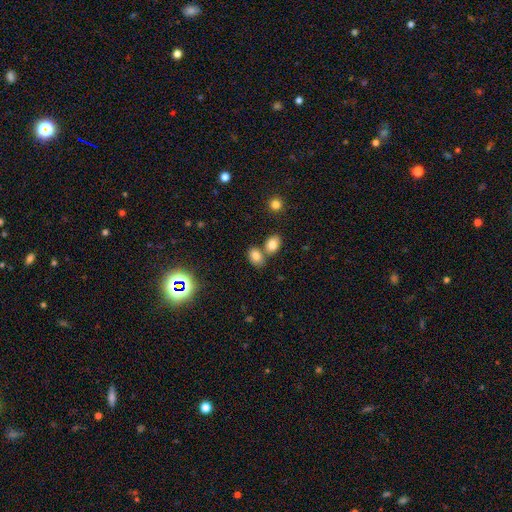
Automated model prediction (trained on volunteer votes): smooth_or_featured: smooth (p=0.78) [alt: star or artifact p=0.13]
how_rounded: in between (p=0.80) [alt: round p=0.19]
merging: none (p=0.52) [alt: merger p=0.35]